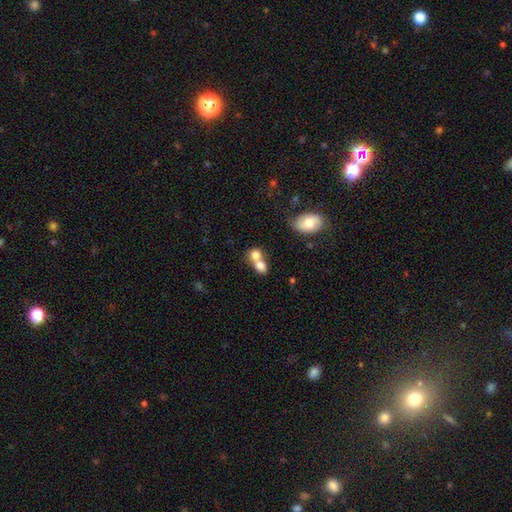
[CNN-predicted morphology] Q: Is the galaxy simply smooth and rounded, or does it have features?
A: smooth — 77%.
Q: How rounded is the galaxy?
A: round — 60%.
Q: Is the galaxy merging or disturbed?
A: merger — 63%.